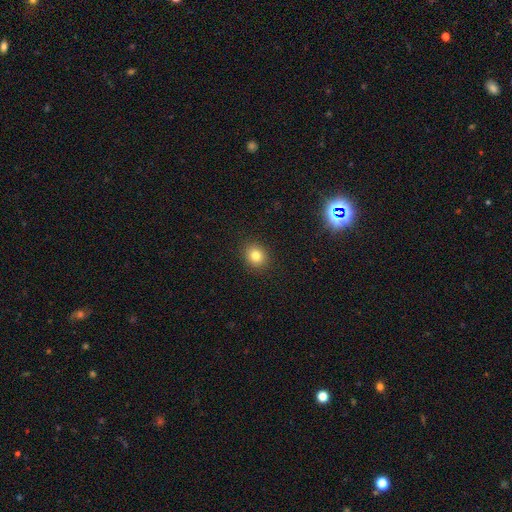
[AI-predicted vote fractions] The model was most divided on "how rounded": round: 72%, in between: 27%, cigar-shaped: 1%. More confident: merging — none (91%); smooth or featured — smooth (81%).